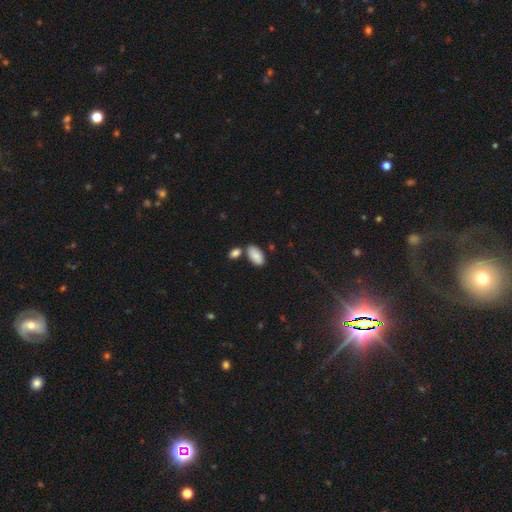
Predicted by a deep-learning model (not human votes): Smooth or featured?
  - smooth: 85% *
  - featured or disk: 8%
  - star or artifact: 7%
How rounded?
  - in between: 95% *
  - cigar-shaped: 3%
  - round: 3%
Merging?
  - none: 65% *
  - merger: 18%
  - minor disturbance: 14%
  - major disturbance: 3%